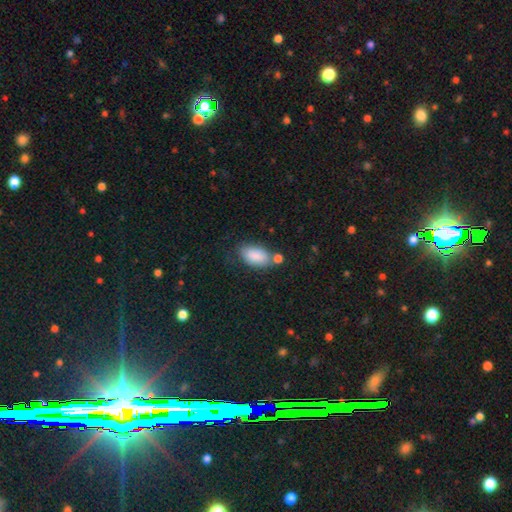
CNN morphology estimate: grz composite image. It shows a smooth galaxy with no disk features (86%) that is in between round and cigar-shaped (93%). Merging: none (56%).